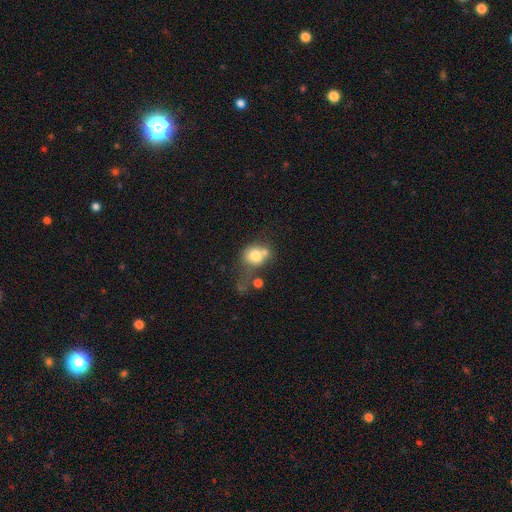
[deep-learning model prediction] A smooth galaxy with no disk features (74%) that is round (67%).

Vote fractions:
- Smooth or featured? smooth: 74% / featured or disk: 16% / star or artifact: 10%
- How rounded? round: 67% / in between: 32% / cigar-shaped: 1%
- Merging? merger: 36% / none: 32% / minor disturbance: 17% / major disturbance: 14%